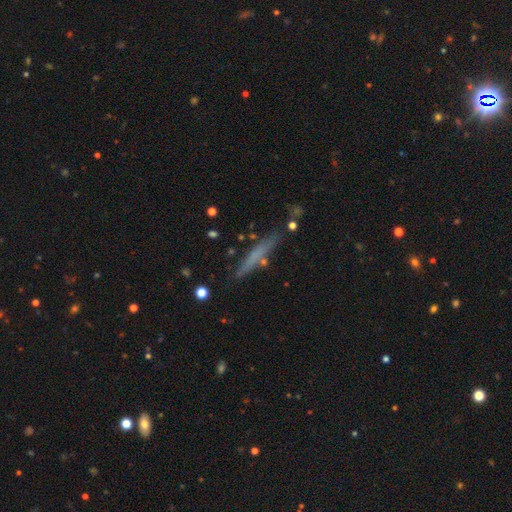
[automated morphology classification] type=smooth (54%); roundness=cigar-shaped (93%); merging=none (77%).